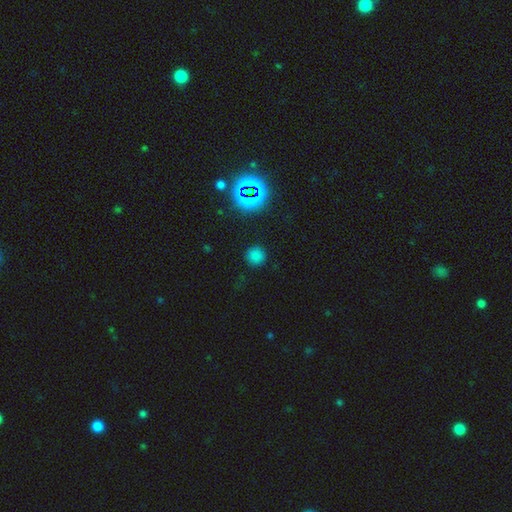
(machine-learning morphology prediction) smooth_or_featured: smooth (p=0.73) [alt: star or artifact p=0.21]
how_rounded: round (p=0.93) [alt: in between p=0.06]
merging: none (p=0.88) [alt: minor disturbance p=0.08]